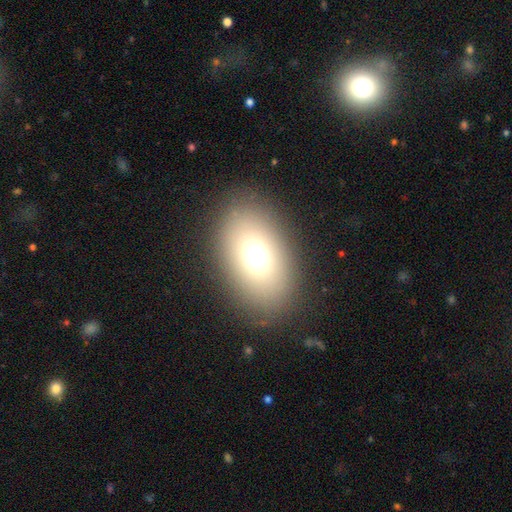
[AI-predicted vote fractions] smooth_or_featured: smooth (p=0.73) [alt: featured or disk p=0.16]
how_rounded: in between (p=0.88) [alt: round p=0.11]
merging: none (p=0.87) [alt: minor disturbance p=0.08]